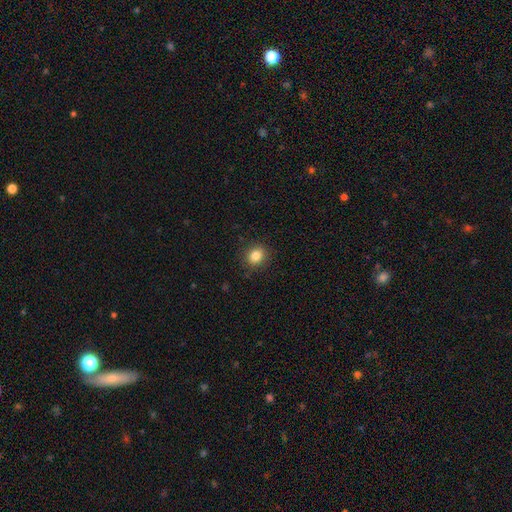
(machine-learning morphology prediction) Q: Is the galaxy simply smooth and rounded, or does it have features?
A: smooth — 83%.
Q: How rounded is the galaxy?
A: round — 78%.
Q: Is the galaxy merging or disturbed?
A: none — 89%.